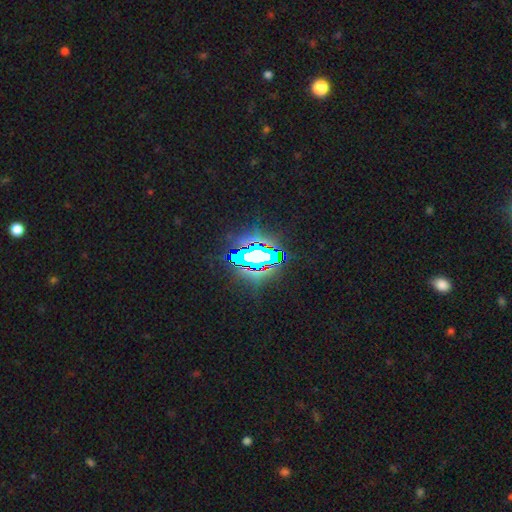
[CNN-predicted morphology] This appears to be a star or artifact, not a galaxy (73%).